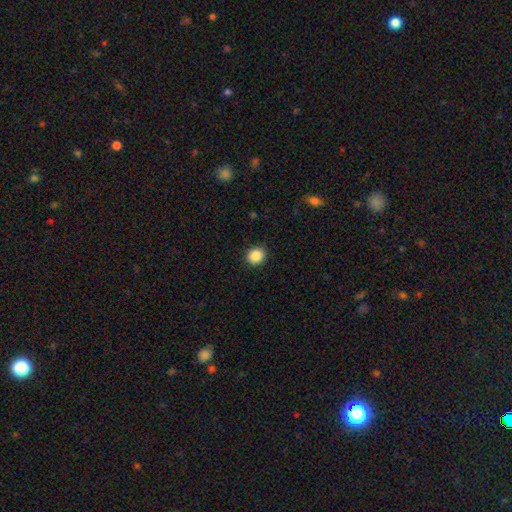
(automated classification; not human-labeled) smooth-or-featured: smooth: 88% | star or artifact: 9% | featured or disk: 3%
  how-rounded: round: 81% | in between: 18% | cigar-shaped: 1%
  merging: none: 90% | minor disturbance: 7% | major disturbance: 2% | merger: 1%